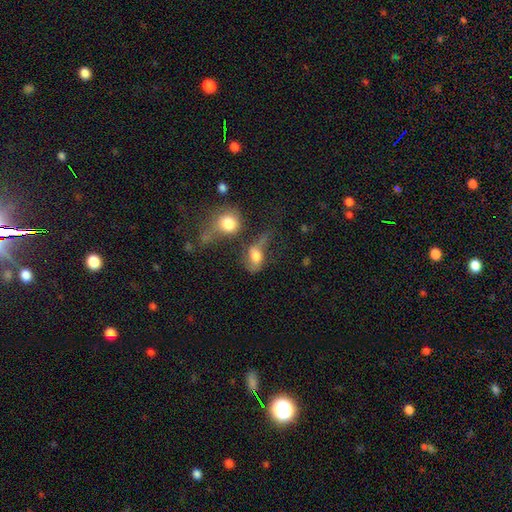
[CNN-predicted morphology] A smooth galaxy with no disk features (59%) that is in between round and cigar-shaped (69%).

Vote fractions:
- Smooth or featured? smooth: 59% / featured or disk: 29% / star or artifact: 12%
- How rounded? in between: 69% / round: 27% / cigar-shaped: 4%
- Merging? merger: 31% / major disturbance: 26% / none: 25% / minor disturbance: 17%